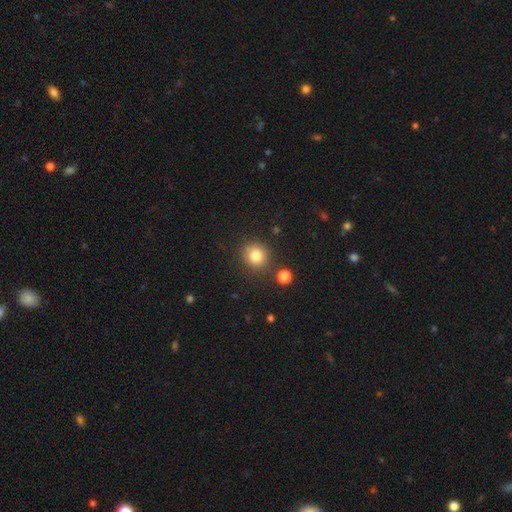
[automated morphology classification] type=smooth (82%); roundness=round (89%); merging=none (82%).